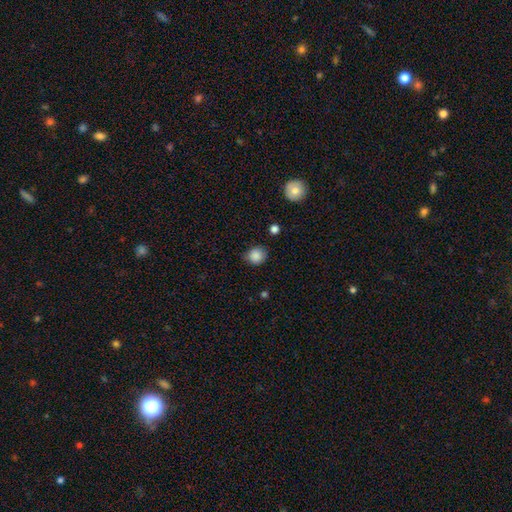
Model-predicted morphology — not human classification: Smooth or featured: smooth — 87% (star or artifact — 9%)
How rounded: round — 84% (in between — 15%)
Merging: none — 76% (minor disturbance — 18%)